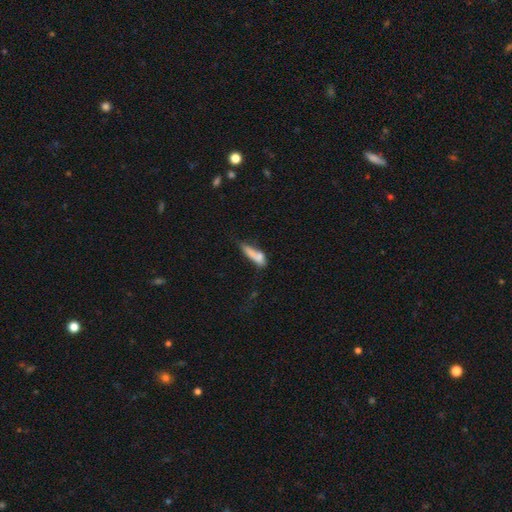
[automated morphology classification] Smooth or featured?
  - smooth: 72% *
  - featured or disk: 19%
  - star or artifact: 9%
How rounded?
  - cigar-shaped: 62% *
  - in between: 35%
  - round: 3%
Merging?
  - none: 35% *
  - minor disturbance: 25%
  - merger: 24%
  - major disturbance: 16%